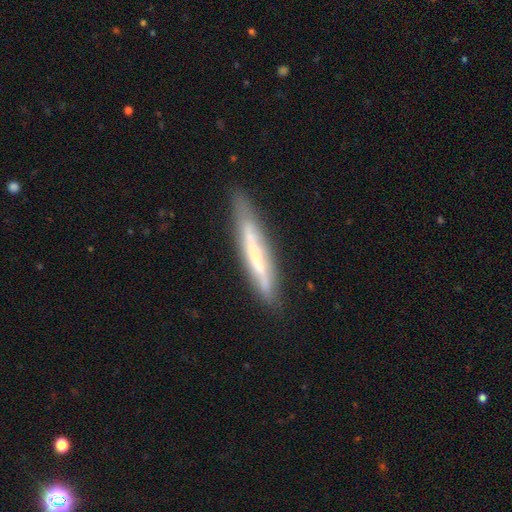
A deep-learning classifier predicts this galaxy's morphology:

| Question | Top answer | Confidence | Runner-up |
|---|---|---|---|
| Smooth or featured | featured or disk | 51% | smooth (42%) |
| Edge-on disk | yes | 82% | no (18%) |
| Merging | none | 79% | minor disturbance (16%) |